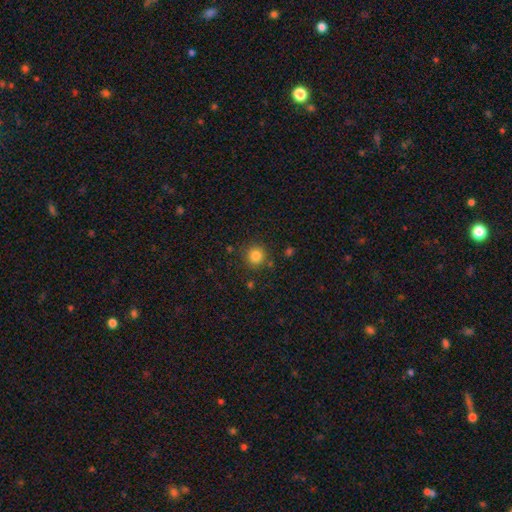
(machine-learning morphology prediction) This appears to be a smooth galaxy with no disk features (83%) that is round (92%). Merging: none (84%).